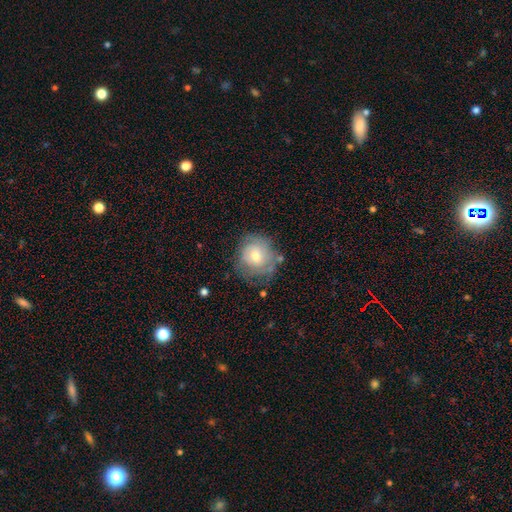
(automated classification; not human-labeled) The model was most divided on "smooth or featured": smooth: 52%, featured or disk: 40%, star or artifact: 8%. More confident: how rounded — round (81%); merging — none (61%).